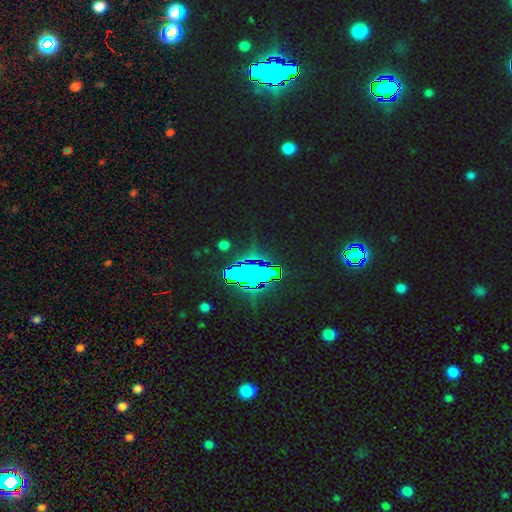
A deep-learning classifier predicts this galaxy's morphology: Smooth or featured? star or artifact (80%)